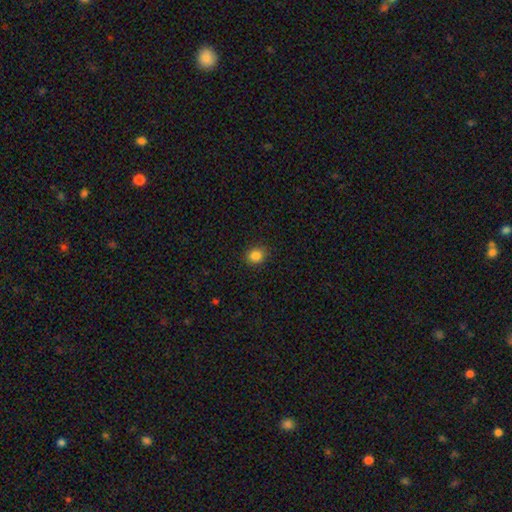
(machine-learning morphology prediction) A smooth galaxy with no disk features (84%) that is round (79%).

Vote fractions:
- Smooth or featured? smooth: 84% / star or artifact: 11% / featured or disk: 4%
- How rounded? round: 79% / in between: 20% / cigar-shaped: 1%
- Merging? none: 90% / minor disturbance: 7% / major disturbance: 2% / merger: 1%